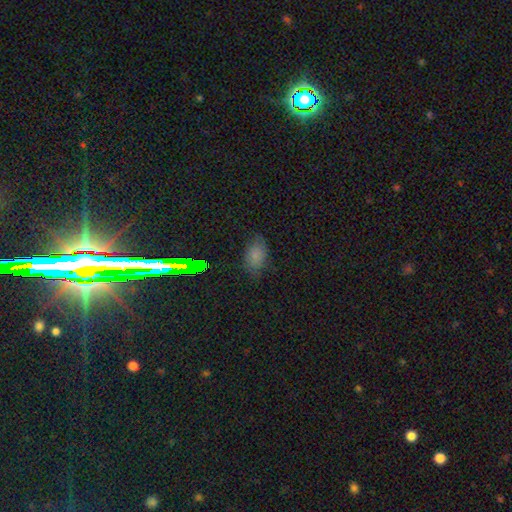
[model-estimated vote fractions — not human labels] A smooth galaxy with no disk features (72%) that is in between round and cigar-shaped (88%).

Vote fractions:
- Smooth or featured? smooth: 72% / star or artifact: 18% / featured or disk: 10%
- How rounded? in between: 88% / round: 11% / cigar-shaped: 2%
- Merging? none: 72% / minor disturbance: 21% / major disturbance: 6% / merger: 1%